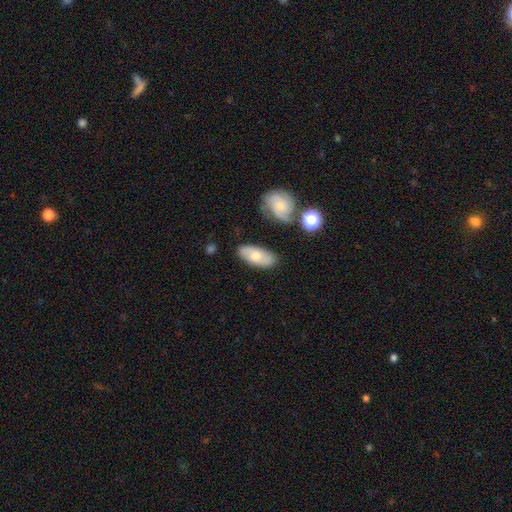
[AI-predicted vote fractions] Morphology: type=smooth (57%); roundness=in between (88%); merging=none (78%).